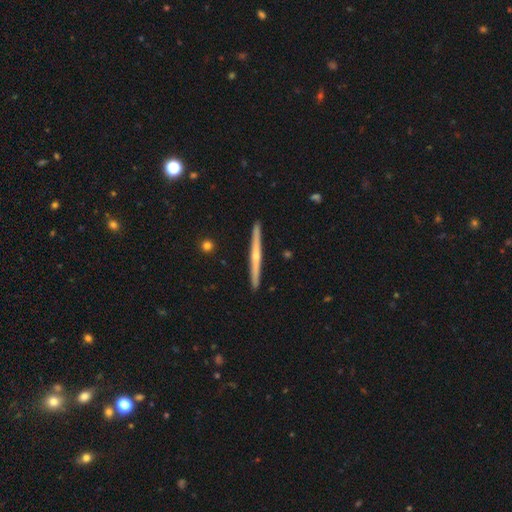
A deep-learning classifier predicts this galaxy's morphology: A featured or disk galaxy (70%) viewed edge-on (98%) with a rounded central bulge (67%). Merging: none (93%).